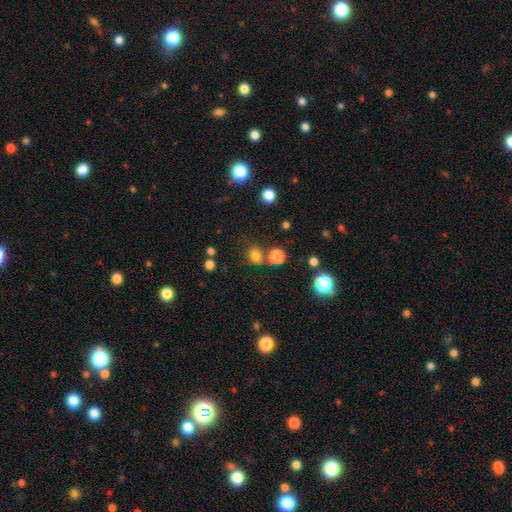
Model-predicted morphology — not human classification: smooth-or-featured: smooth: 76% | star or artifact: 18% | featured or disk: 6%
  how-rounded: round: 78% | in between: 21% | cigar-shaped: 1%
  merging: none: 67% | merger: 17% | minor disturbance: 12% | major disturbance: 5%